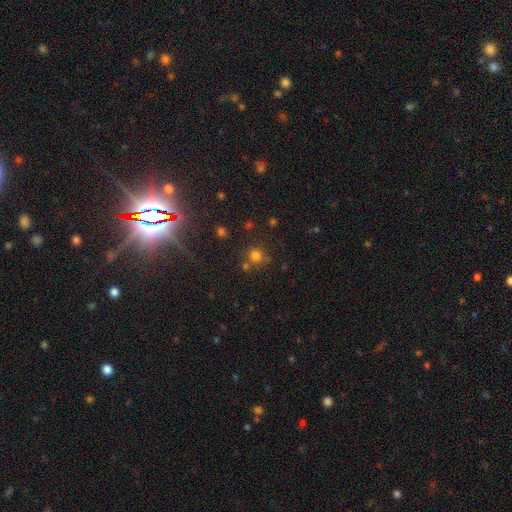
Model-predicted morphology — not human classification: smooth 73%, star or artifact 20%, featured or disk 7%. Down the decision tree: how rounded — round (91%); merging — none (73%).